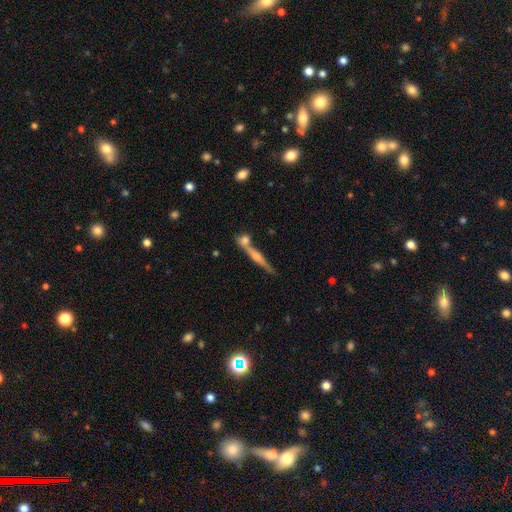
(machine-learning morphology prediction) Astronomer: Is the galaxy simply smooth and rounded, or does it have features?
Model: featured or disk — 69%.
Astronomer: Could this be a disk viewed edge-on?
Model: yes — 95%.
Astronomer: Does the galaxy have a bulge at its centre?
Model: rounded — 75%.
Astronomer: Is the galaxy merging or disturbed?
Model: none — 64%.